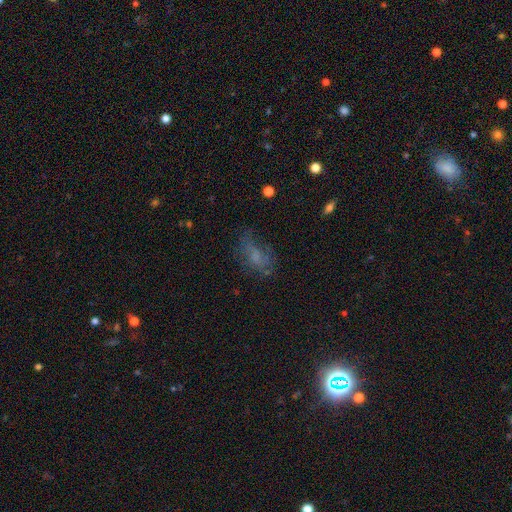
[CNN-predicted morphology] This appears to be a smooth galaxy with no disk features (50%) that is in between round and cigar-shaped (81%). Merging: none (46%).